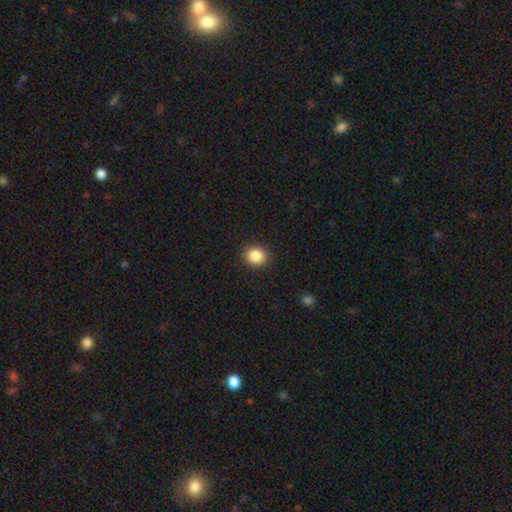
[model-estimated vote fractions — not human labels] smooth_or_featured: smooth (p=0.87) [alt: star or artifact p=0.09]
how_rounded: round (p=0.71) [alt: in between p=0.28]
merging: none (p=0.91) [alt: minor disturbance p=0.06]